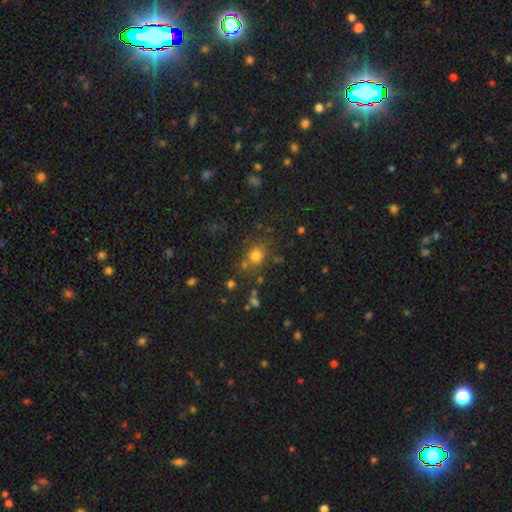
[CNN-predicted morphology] This is likely a smooth galaxy (74%). How rounded: likely round (70%). Merging: likely none (73%).